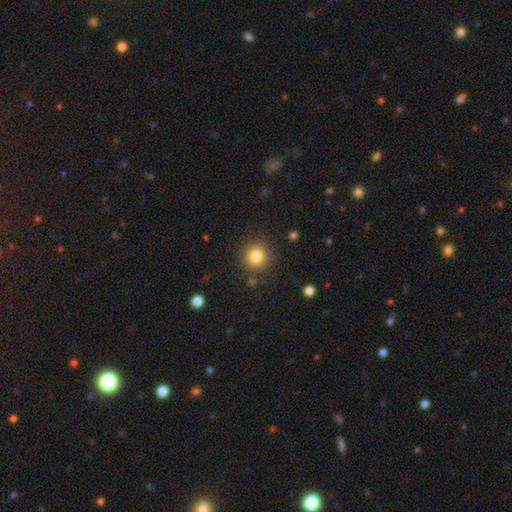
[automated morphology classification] Smooth or featured? Predicted: smooth (p=0.82). How rounded? Predicted: round (p=0.93). Merging? Predicted: none (p=0.88).